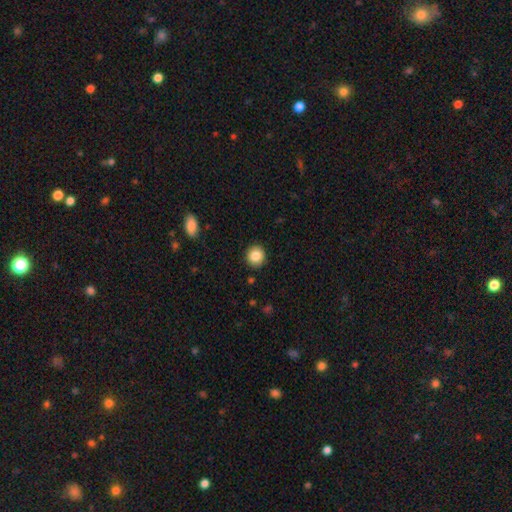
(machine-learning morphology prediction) This appears to be a smooth galaxy with no disk features (85%) that is round (87%). Merging: none (91%).